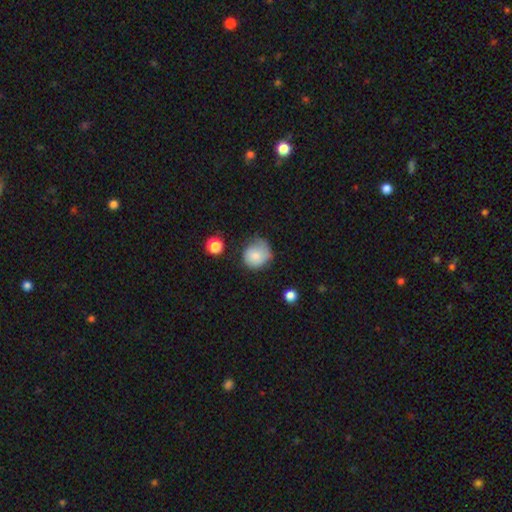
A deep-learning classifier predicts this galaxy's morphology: smooth-or-featured: smooth: 80% | featured or disk: 12% | star or artifact: 8%
  how-rounded: round: 81% | in between: 18% | cigar-shaped: 1%
  merging: none: 47% | minor disturbance: 37% | major disturbance: 13% | merger: 3%